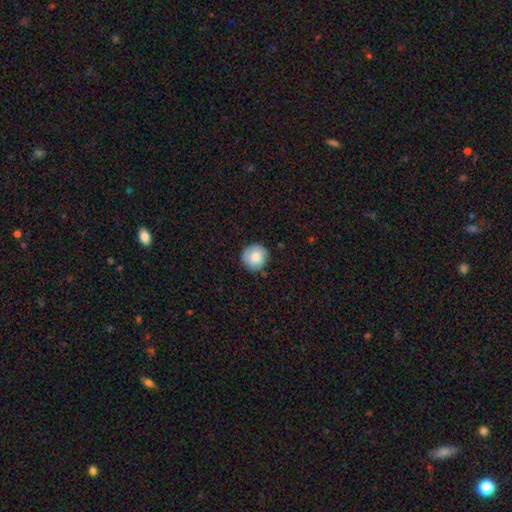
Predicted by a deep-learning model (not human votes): Morphology: type=smooth (83%); roundness=round (94%); merging=none (85%).